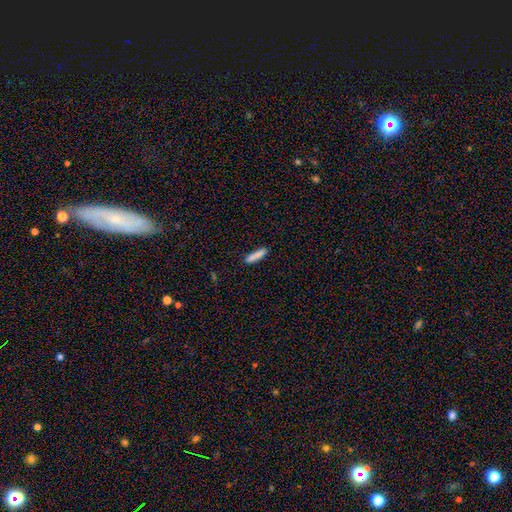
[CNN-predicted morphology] Smooth or featured? smooth (86%)
How rounded? cigar-shaped (83%)
Merging? none (87%)